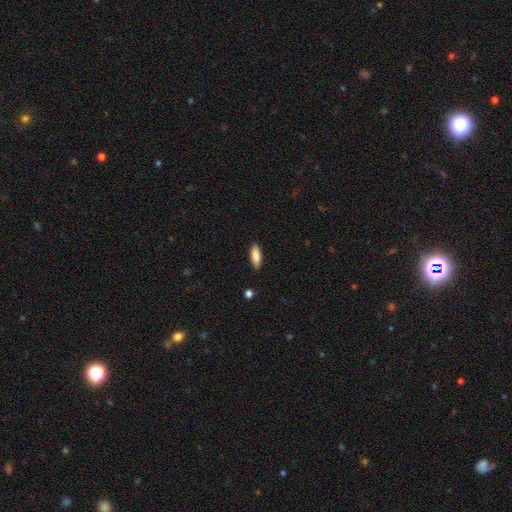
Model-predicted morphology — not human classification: The model was most divided on "how rounded": in between: 68%, cigar-shaped: 31%, round: 2%. More confident: merging — none (87%); smooth or featured — smooth (86%).